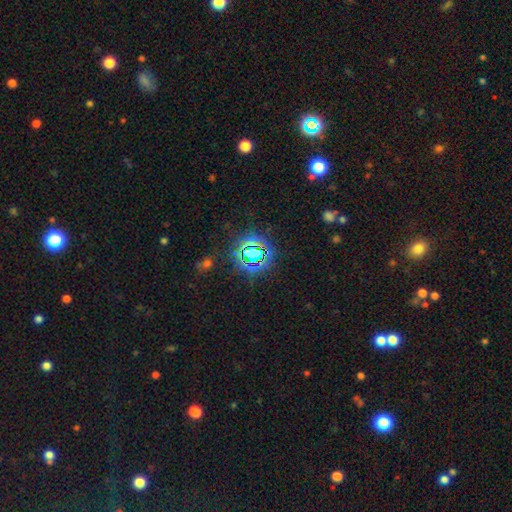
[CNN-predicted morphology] Smooth or featured: star or artifact — 73% (smooth — 17%)